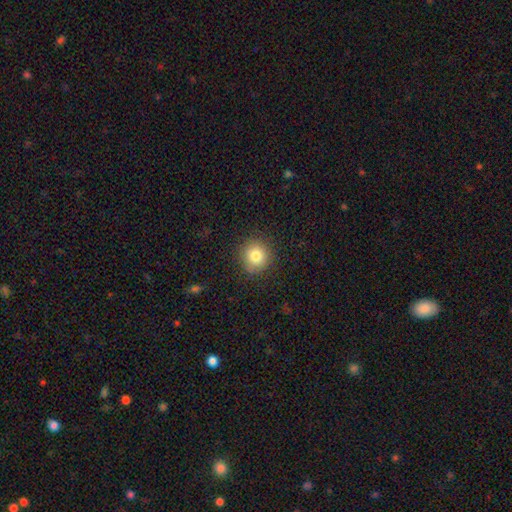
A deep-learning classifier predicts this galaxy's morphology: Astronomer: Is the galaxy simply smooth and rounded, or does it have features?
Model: smooth — 82%.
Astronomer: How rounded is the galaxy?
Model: round — 91%.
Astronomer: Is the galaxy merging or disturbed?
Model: none — 88%.